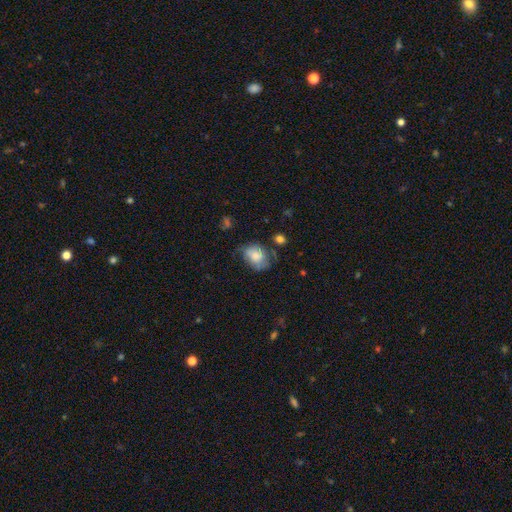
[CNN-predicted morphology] smooth_or_featured: smooth (p=0.72) [alt: featured or disk p=0.20]
how_rounded: in between (p=0.64) [alt: round p=0.35]
merging: none (p=0.46) [alt: minor disturbance p=0.34]